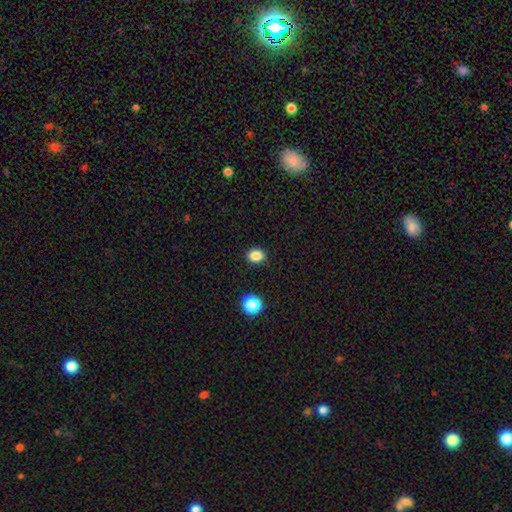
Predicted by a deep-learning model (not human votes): Smooth or featured?
  - smooth: 85% *
  - star or artifact: 12%
  - featured or disk: 4%
How rounded?
  - round: 59% *
  - in between: 40%
  - cigar-shaped: 1%
Merging?
  - none: 89% *
  - minor disturbance: 7%
  - major disturbance: 2%
  - merger: 2%